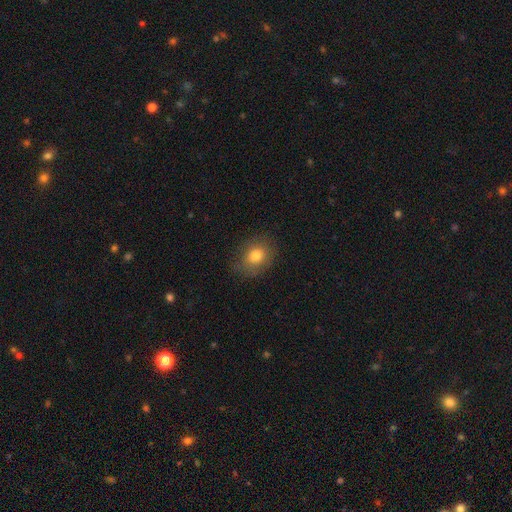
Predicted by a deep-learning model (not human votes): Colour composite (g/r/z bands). It shows a smooth galaxy with no disk features (80%) that is in between round and cigar-shaped (51%). Merging: none (78%).